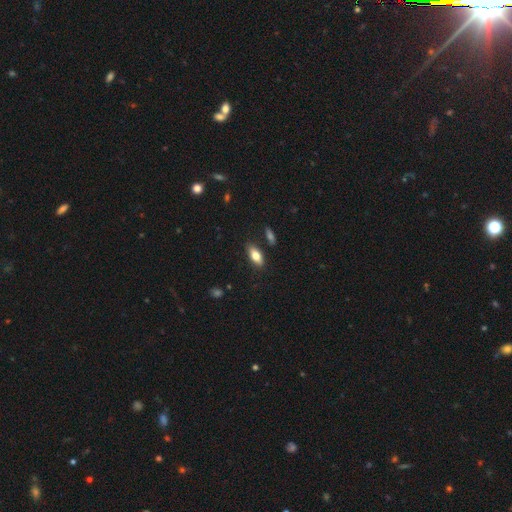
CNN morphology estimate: This appears to be a smooth galaxy with no disk features (76%) that is in between round and cigar-shaped (84%). Merging: none (82%).